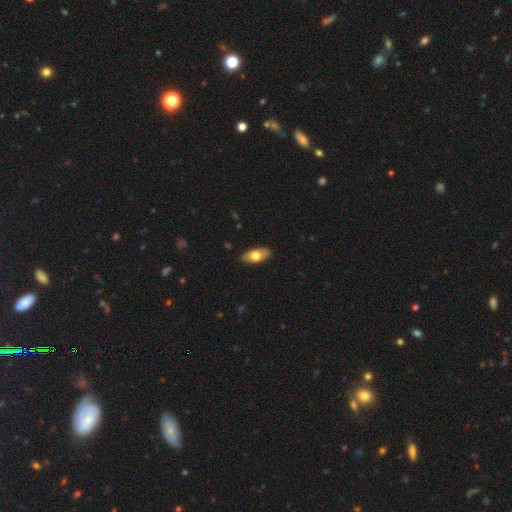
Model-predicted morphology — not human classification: Smooth or featured? Predicted: smooth (p=0.67). How rounded? Predicted: in between (p=0.87). Merging? Predicted: none (p=0.88).